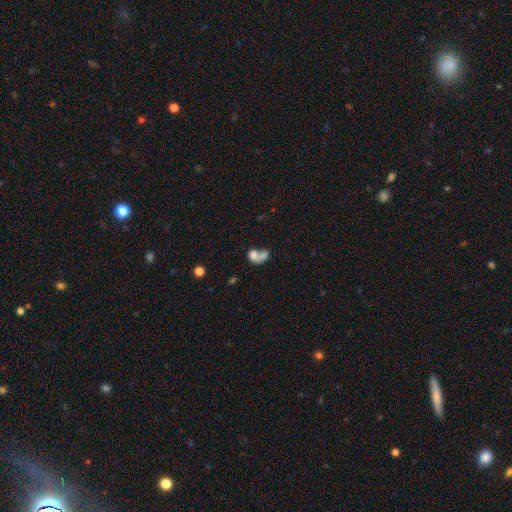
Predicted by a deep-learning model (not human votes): Morphology: type=smooth (70%); roundness=in between (57%); merging=merger (61%).